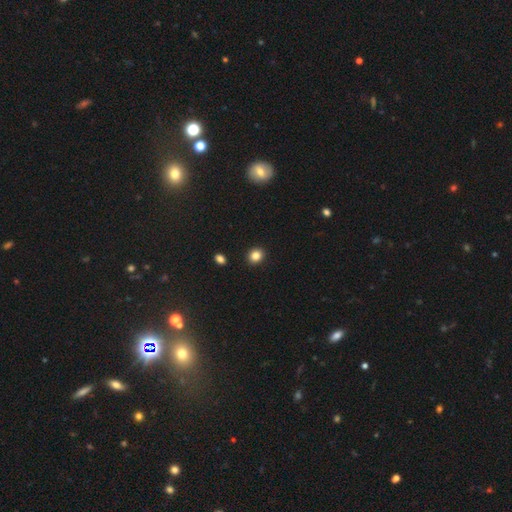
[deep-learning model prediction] smooth_or_featured: smooth (p=0.84) [alt: star or artifact p=0.11]
how_rounded: round (p=0.76) [alt: in between p=0.23]
merging: none (p=0.92) [alt: minor disturbance p=0.05]